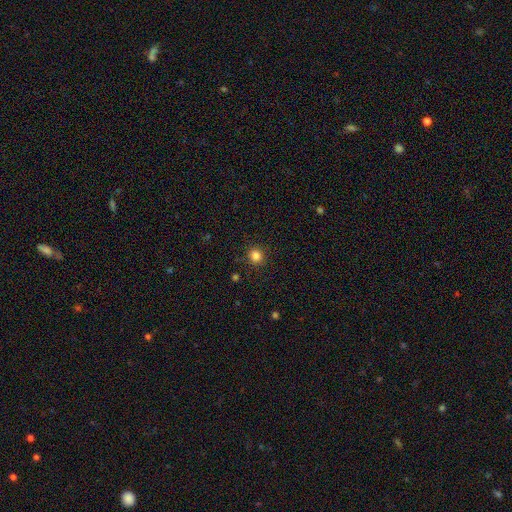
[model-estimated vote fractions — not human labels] Smooth or featured?
  - smooth: 84% *
  - star or artifact: 12%
  - featured or disk: 3%
How rounded?
  - round: 90% *
  - in between: 9%
  - cigar-shaped: 1%
Merging?
  - none: 90% *
  - minor disturbance: 7%
  - major disturbance: 2%
  - merger: 1%